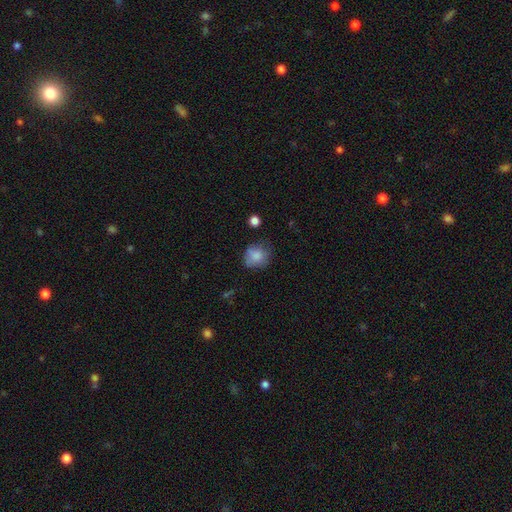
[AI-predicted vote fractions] Smooth or featured?
  - smooth: 79% *
  - featured or disk: 12%
  - star or artifact: 9%
How rounded?
  - round: 74% *
  - in between: 25%
  - cigar-shaped: 1%
Merging?
  - none: 59% *
  - minor disturbance: 27%
  - major disturbance: 11%
  - merger: 3%